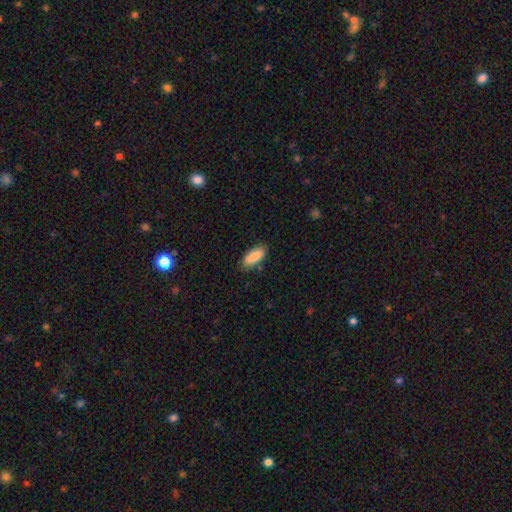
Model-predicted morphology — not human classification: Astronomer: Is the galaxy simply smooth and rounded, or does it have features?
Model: smooth — 88%.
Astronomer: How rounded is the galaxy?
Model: in between — 77%.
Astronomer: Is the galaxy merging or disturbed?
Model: none — 84%.